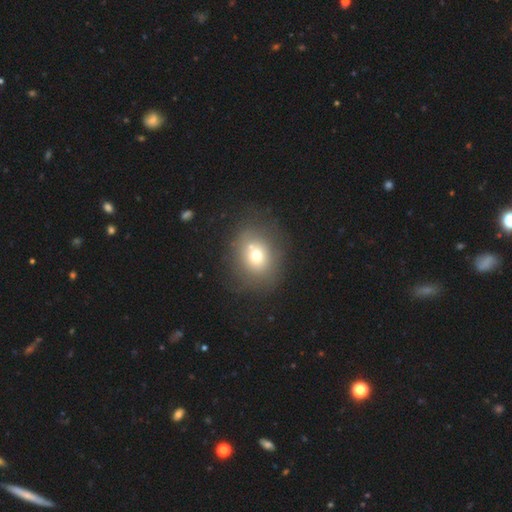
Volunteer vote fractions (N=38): Volunteers were most divided on "how rounded": round: 59%, in between: 41%, cigar-shaped: 0%. More confident: smooth or featured — smooth (84%); merging — none (64%).